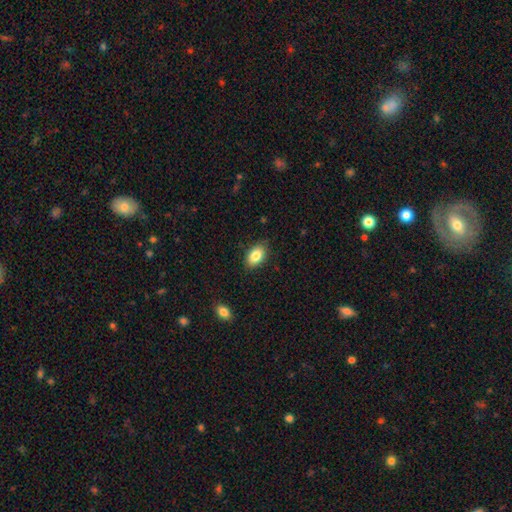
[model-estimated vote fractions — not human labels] A smooth galaxy with no disk features (85%) that is in between round and cigar-shaped (90%). Merging: none (85%).